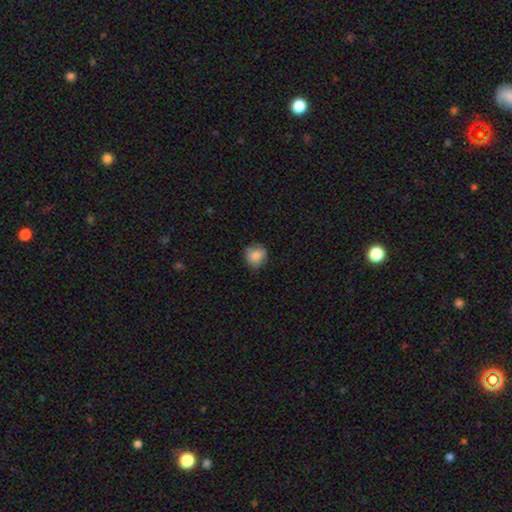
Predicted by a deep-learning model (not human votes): This appears to be a smooth galaxy with no disk features (84%) that is round (87%). Merging: none (81%).